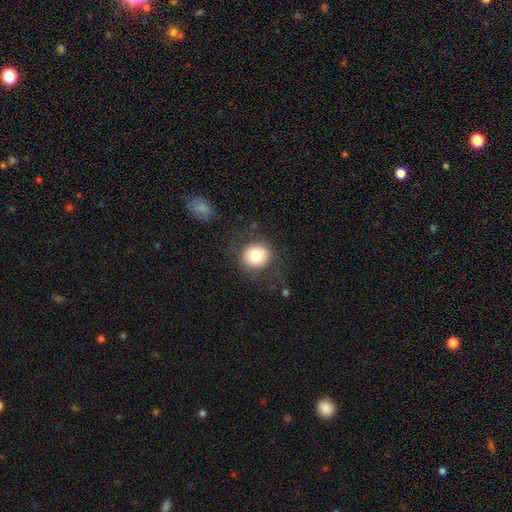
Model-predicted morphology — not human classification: Q: Smooth or featured?
A: smooth (75%); runner-up: featured or disk (15%)
Q: How rounded?
A: round (88%); runner-up: in between (11%)
Q: Merging?
A: none (75%); runner-up: minor disturbance (13%)